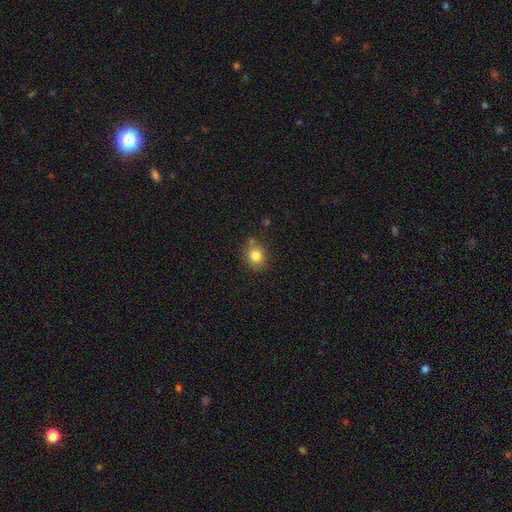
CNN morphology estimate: The model was most divided on "how rounded": round: 76%, in between: 23%, cigar-shaped: 1%. More confident: smooth or featured — smooth (80%); merging — none (76%).